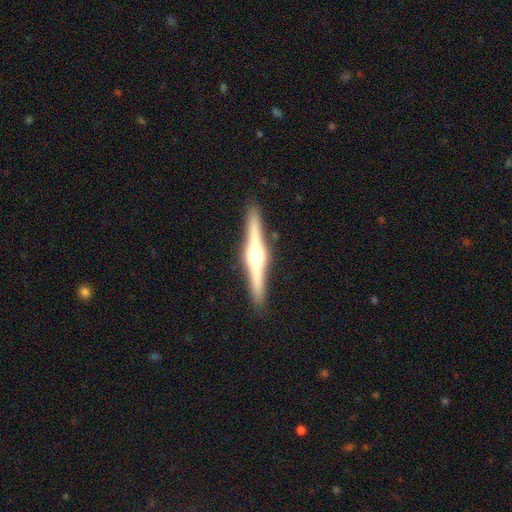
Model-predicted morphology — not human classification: smooth-or-featured: featured or disk: 81% | smooth: 14% | star or artifact: 5%
  disk-edge-on: yes: 98% | no: 2%
    edge-on-bulge: rounded: 90% | boxy: 7% | none: 2%
  merging: none: 91% | minor disturbance: 6% | major disturbance: 1% | merger: 1%